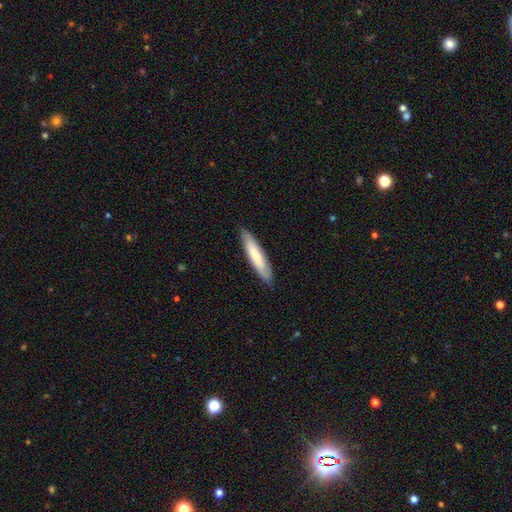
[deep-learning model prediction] smooth_or_featured: smooth (p=0.70) [alt: featured or disk p=0.25]
how_rounded: cigar-shaped (p=0.84) [alt: in between p=0.15]
merging: none (p=0.87) [alt: minor disturbance p=0.10]